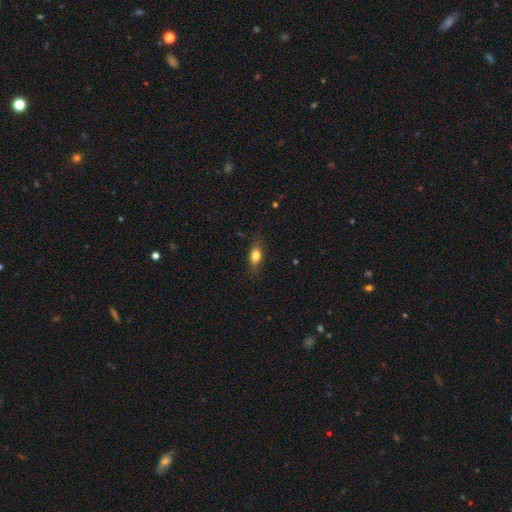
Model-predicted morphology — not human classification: A smooth galaxy with no disk features (78%) that is in between round and cigar-shaped (77%). Merging: none (81%).